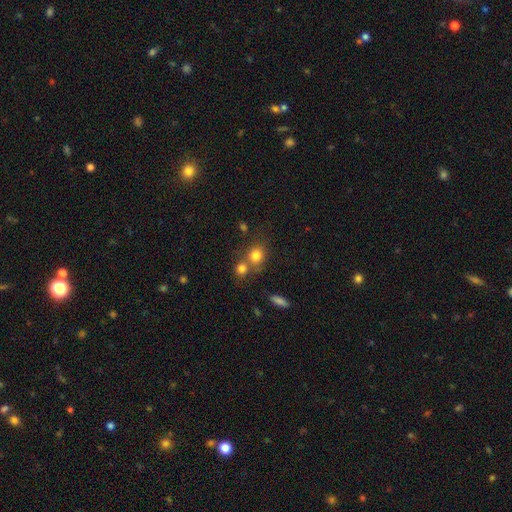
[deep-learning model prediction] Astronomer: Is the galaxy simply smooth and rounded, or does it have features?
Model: smooth — 79%.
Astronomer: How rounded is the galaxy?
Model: round — 76%.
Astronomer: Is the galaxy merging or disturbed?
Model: none — 50% (runner-up: merger, 37%).